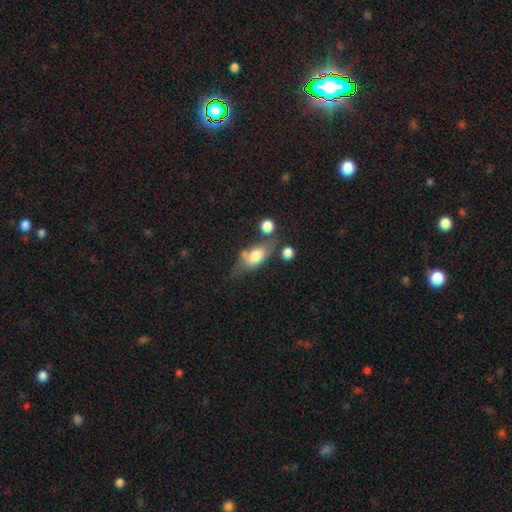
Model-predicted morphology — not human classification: Smooth or featured?
  - smooth: 66% *
  - featured or disk: 26%
  - star or artifact: 8%
How rounded?
  - in between: 80% *
  - cigar-shaped: 11%
  - round: 9%
Merging?
  - none: 46% *
  - minor disturbance: 23%
  - merger: 18%
  - major disturbance: 13%